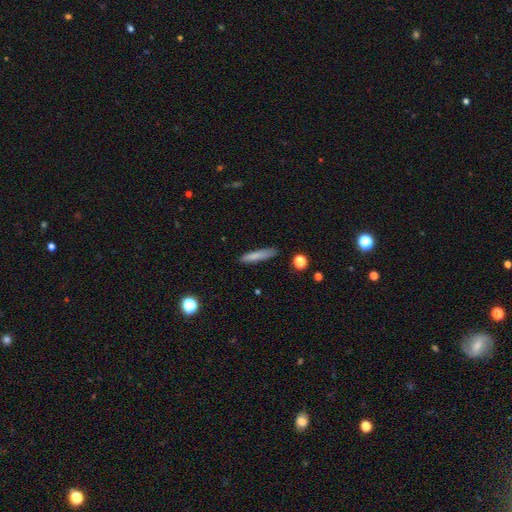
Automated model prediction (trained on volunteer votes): This is likely a smooth galaxy (79%). How rounded: clearly cigar-shaped (89%). Merging: clearly none (85%).